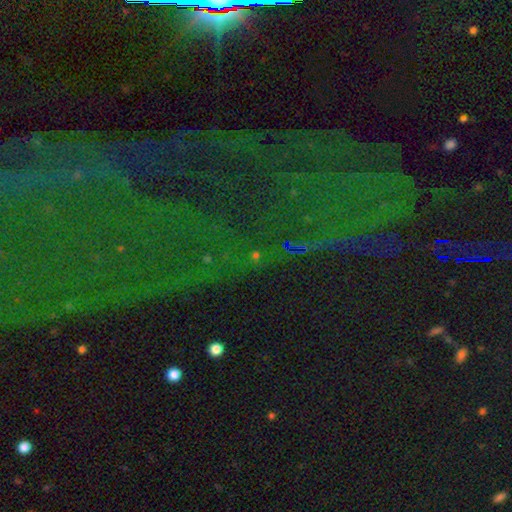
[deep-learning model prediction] The model was most divided on "smooth or featured": star or artifact: 77%, smooth: 14%, featured or disk: 9%.